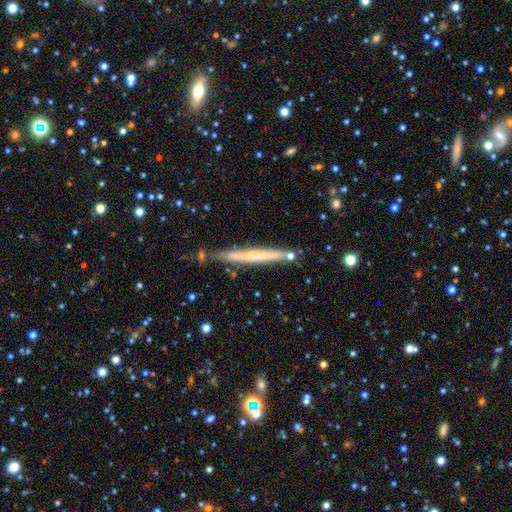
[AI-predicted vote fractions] smooth 47%, featured or disk 46%, star or artifact 7%. Down the decision tree: merging — none (80%).